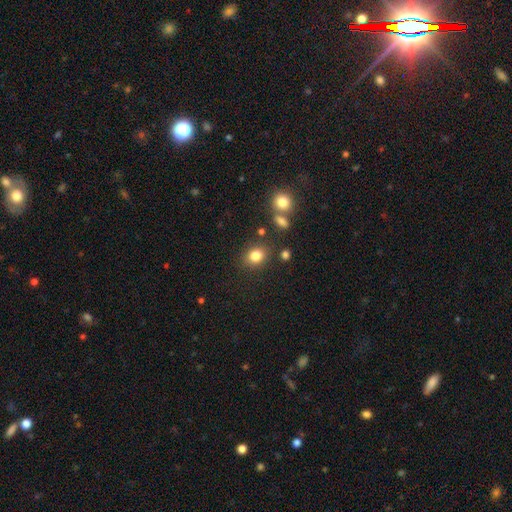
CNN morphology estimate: smooth_or_featured: smooth (p=0.82) [alt: star or artifact p=0.11]
how_rounded: round (p=0.59) [alt: in between p=0.40]
merging: none (p=0.80) [alt: minor disturbance p=0.11]